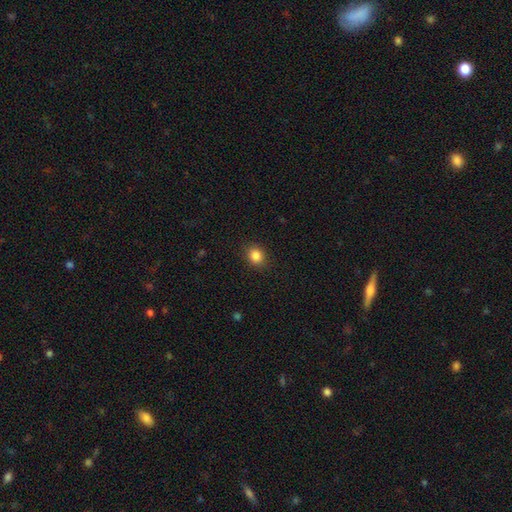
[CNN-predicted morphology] A smooth galaxy with no disk features (85%) that is round (69%).

Vote fractions:
- Smooth or featured? smooth: 85% / star or artifact: 11% / featured or disk: 5%
- How rounded? round: 69% / in between: 30% / cigar-shaped: 1%
- Merging? none: 89% / minor disturbance: 8% / major disturbance: 2% / merger: 1%